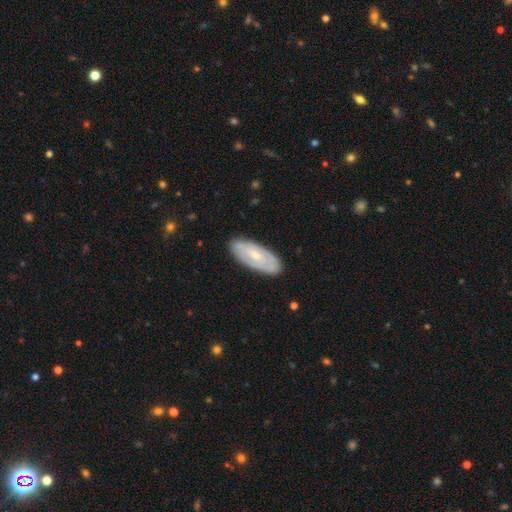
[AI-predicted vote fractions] Morphology: type=featured or disk (55%); edge-on=no (86%); merging=none (85%).